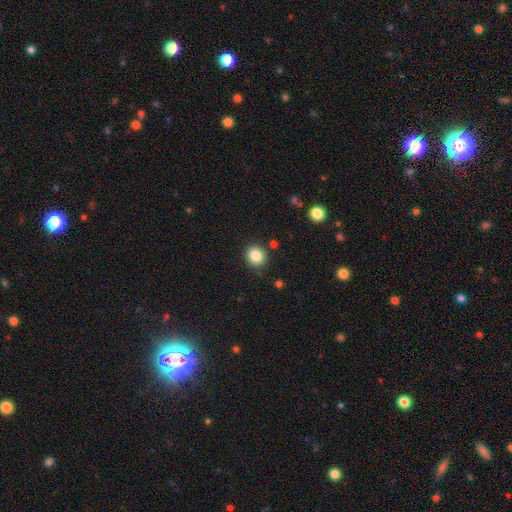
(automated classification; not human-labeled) A smooth galaxy with no disk features (85%) that is round (86%). Merging: none (88%).